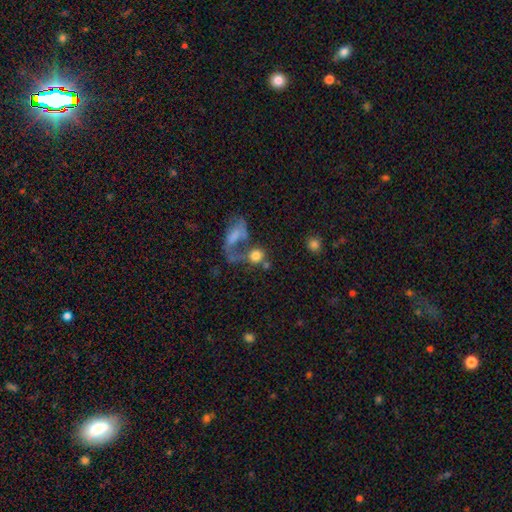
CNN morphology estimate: Smooth or featured? Predicted: smooth (p=0.71). How rounded? Predicted: round (p=0.79). Merging? Predicted: merger (p=0.38).